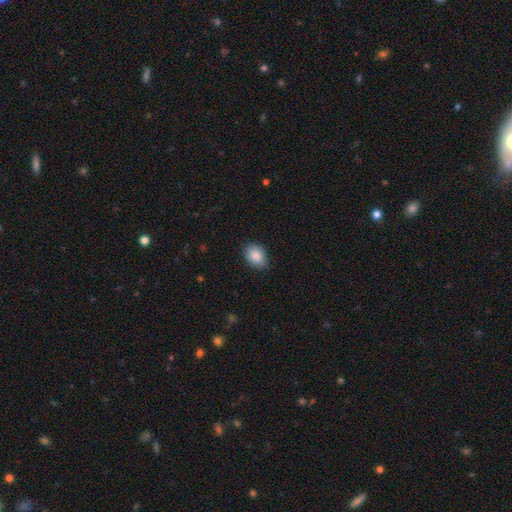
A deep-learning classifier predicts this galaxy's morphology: smooth-or-featured: smooth: 87% | star or artifact: 8% | featured or disk: 6%
  how-rounded: in between: 73% | round: 26% | cigar-shaped: 1%
  merging: none: 83% | minor disturbance: 14% | major disturbance: 2% | merger: 1%